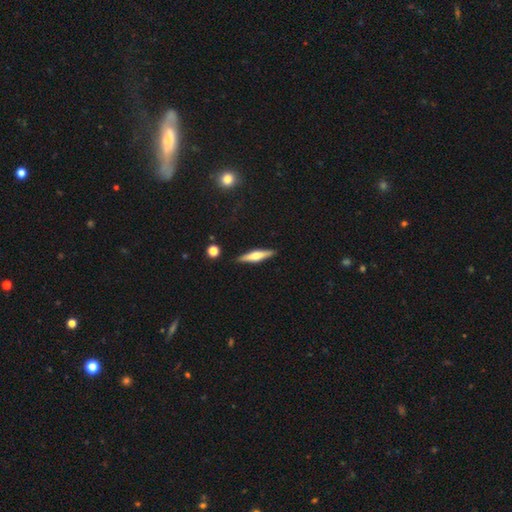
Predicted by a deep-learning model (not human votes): Smooth or featured? Predicted: featured or disk (p=0.54). Edge-on disk? Predicted: yes (p=0.96). Edge-on bulge? Predicted: rounded (p=0.85). Merging? Predicted: none (p=0.89).